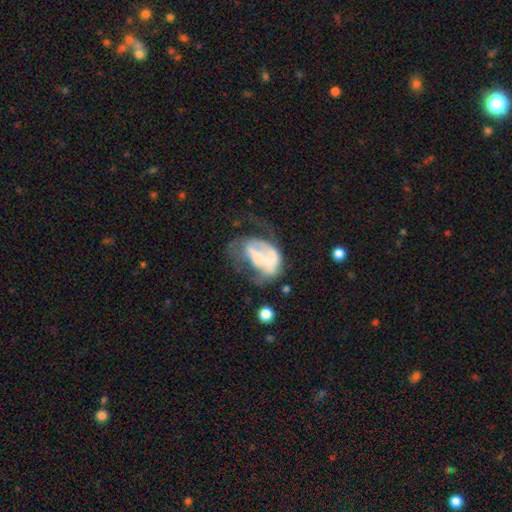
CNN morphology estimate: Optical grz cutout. It shows a featured or disk galaxy (53%) with no bar (76%), no spiral arms (81%) and no central bulge (46%). Merging: major disturbance (50%).